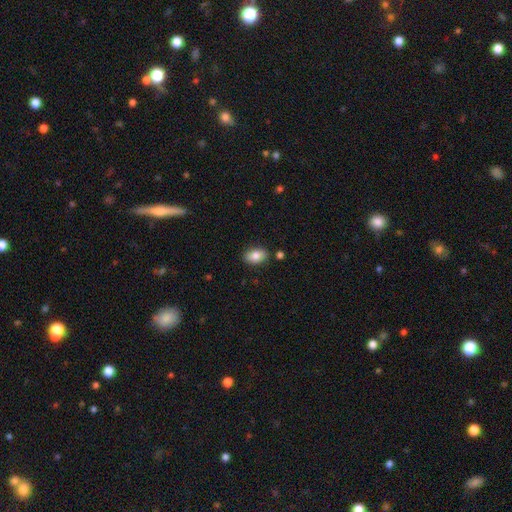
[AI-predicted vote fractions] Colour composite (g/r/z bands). It shows a smooth galaxy with no disk features (81%) that is in between round and cigar-shaped (88%). Merging: none (85%).